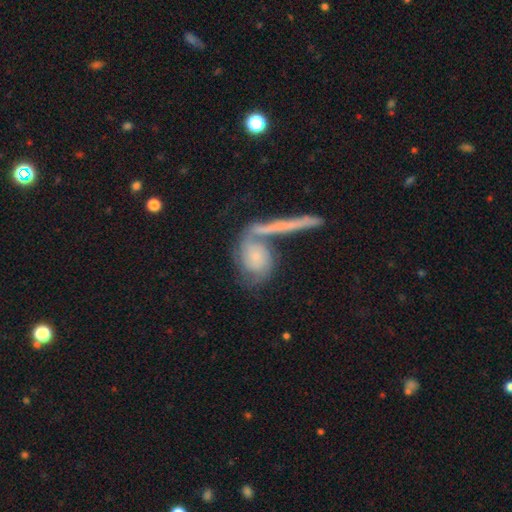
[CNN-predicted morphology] smooth-or-featured: featured or disk: 66% | smooth: 27% | star or artifact: 7%
  disk-edge-on: no: 84% | yes: 16%
    bar: no: 76% | weak: 18% | strong: 6%
    has-spiral-arms: yes: 85% | no: 15%
    bulge-size: small: 62% | moderate: 22% | none: 11% | large: 4% | dominant: 2%
  merging: none: 42% | merger: 37% | minor disturbance: 13% | major disturbance: 8%